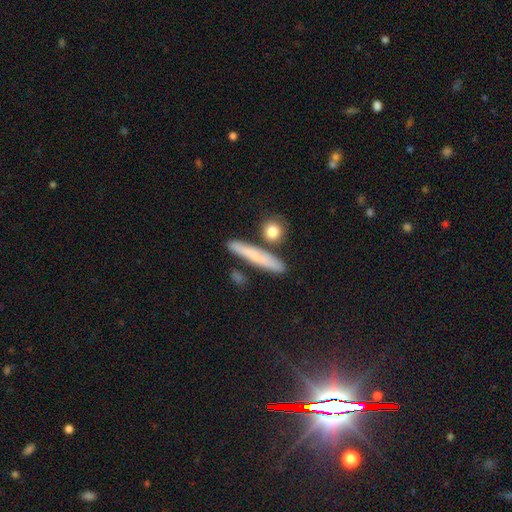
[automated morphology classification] Smooth or featured? Predicted: smooth (p=0.64). How rounded? Predicted: cigar-shaped (p=0.87). Merging? Predicted: none (p=0.83).